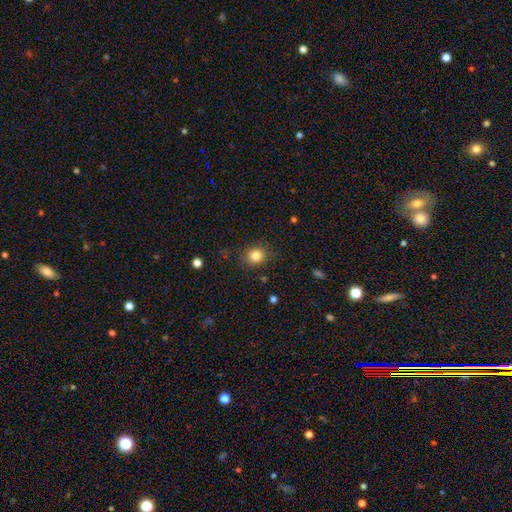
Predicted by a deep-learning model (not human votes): smooth_or_featured: smooth (p=0.84) [alt: star or artifact p=0.11]
how_rounded: round (p=0.71) [alt: in between p=0.28]
merging: none (p=0.82) [alt: minor disturbance p=0.13]